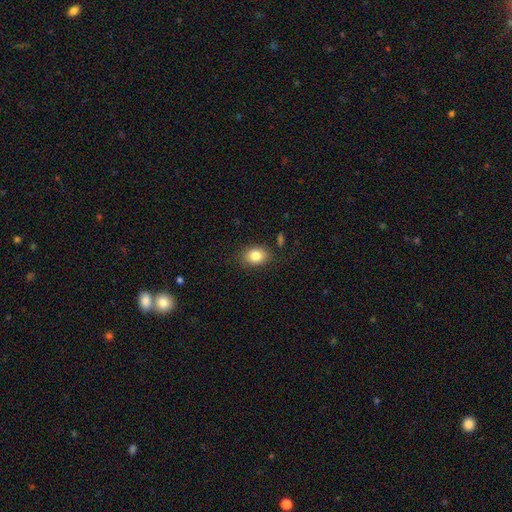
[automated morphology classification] Smooth or featured: smooth — 83% (star or artifact — 9%)
How rounded: in between — 63% (round — 36%)
Merging: none — 81% (minor disturbance — 13%)